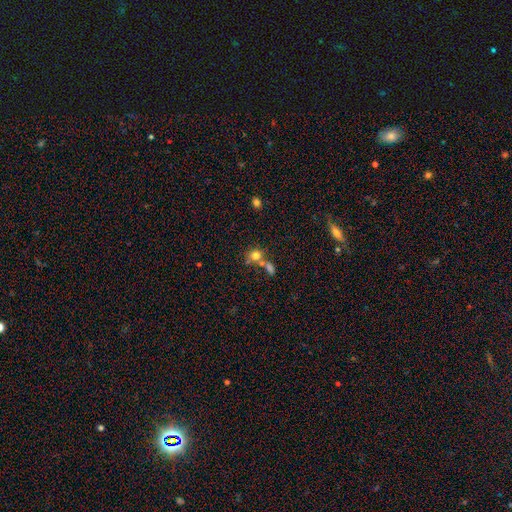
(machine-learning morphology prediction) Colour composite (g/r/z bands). It shows a smooth galaxy with no disk features (74%) that is round (74%). Merging: none (43%).